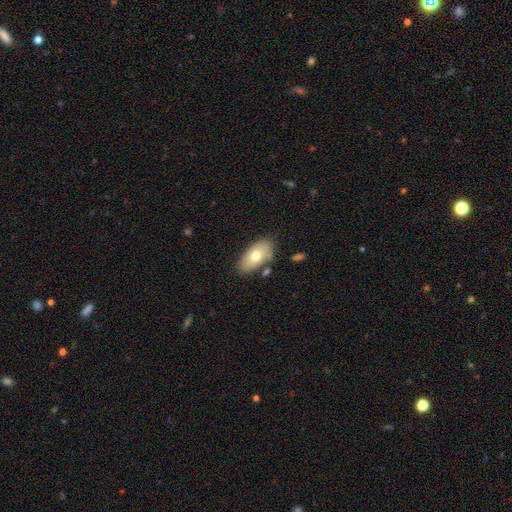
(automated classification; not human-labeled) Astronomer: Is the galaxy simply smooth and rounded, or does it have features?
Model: smooth — 72%.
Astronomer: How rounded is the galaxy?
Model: in between — 93%.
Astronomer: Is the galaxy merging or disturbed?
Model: none — 76%.